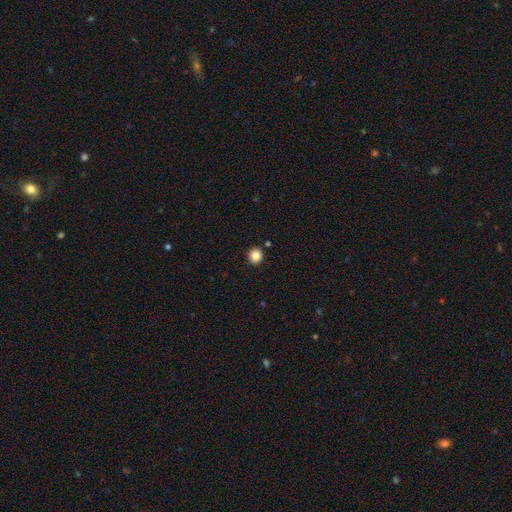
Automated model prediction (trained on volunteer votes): Smooth or featured: smooth — 85% (star or artifact — 10%)
How rounded: round — 89% (in between — 10%)
Merging: none — 90% (minor disturbance — 6%)